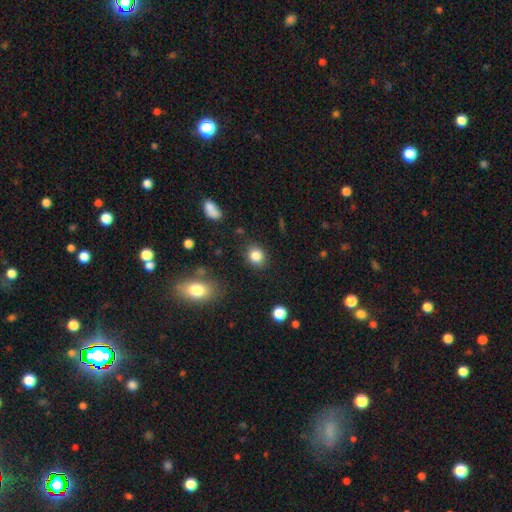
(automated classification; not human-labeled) A smooth galaxy with no disk features (85%) that is round (63%). Merging: none (85%).